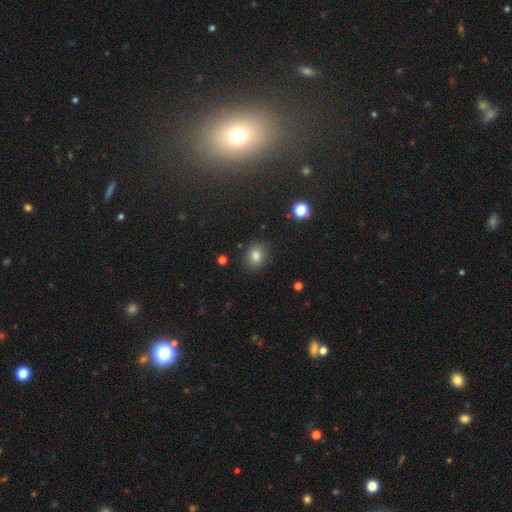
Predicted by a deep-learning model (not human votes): This appears to be a smooth galaxy with no disk features (82%) that is round (63%). Merging: none (85%).